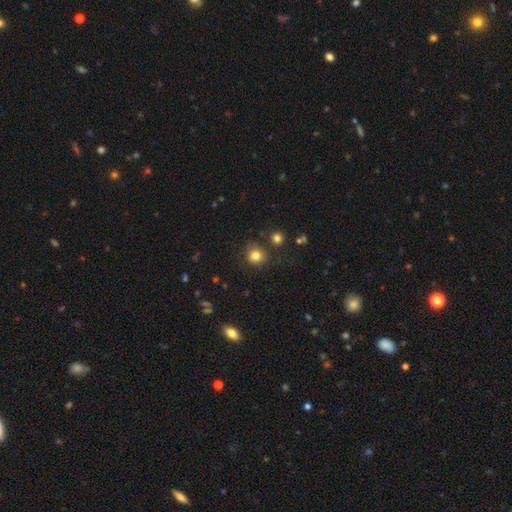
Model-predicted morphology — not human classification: Q: Smooth or featured?
A: smooth (81%); runner-up: star or artifact (13%)
Q: How rounded?
A: round (84%); runner-up: in between (15%)
Q: Merging?
A: none (81%); runner-up: minor disturbance (11%)